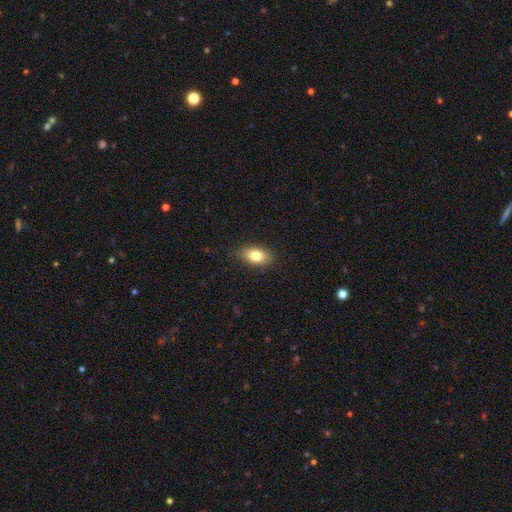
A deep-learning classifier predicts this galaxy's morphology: A smooth galaxy with no disk features (81%) that is in between round and cigar-shaped (89%). Merging: none (86%).